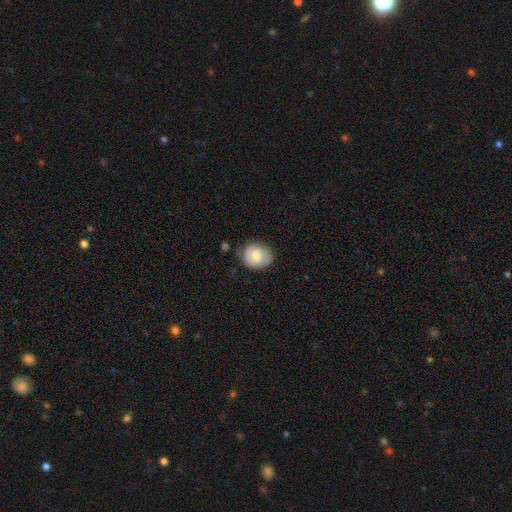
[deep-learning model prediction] Morphology: type=smooth (67%); roundness=round (61%); merging=none (73%).